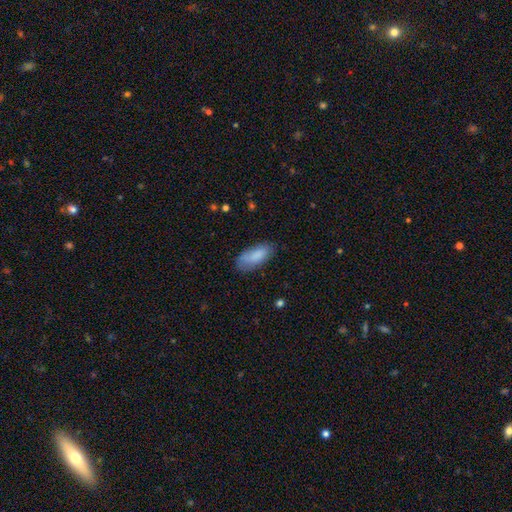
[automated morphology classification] type=smooth (85%); roundness=in between (86%); merging=none (73%).